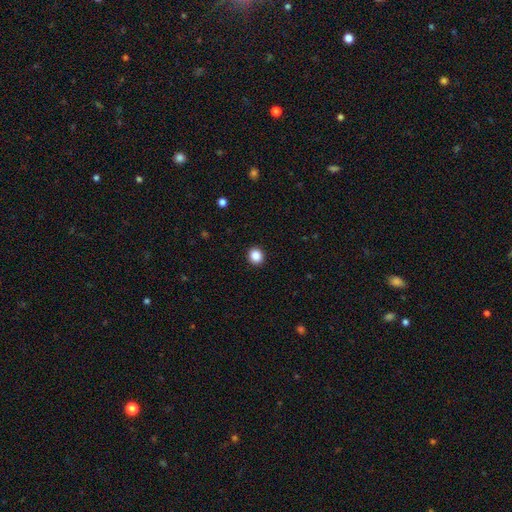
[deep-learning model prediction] This appears to be a smooth galaxy with no disk features (87%) that is round (84%). Merging: none (92%).